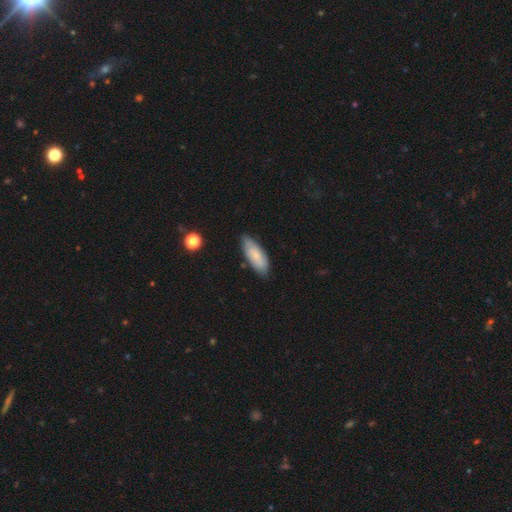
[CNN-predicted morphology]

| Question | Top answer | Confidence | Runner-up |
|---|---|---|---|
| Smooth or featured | smooth | 73% | featured or disk (21%) |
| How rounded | in between | 76% | cigar-shaped (23%) |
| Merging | none | 76% | minor disturbance (20%) |